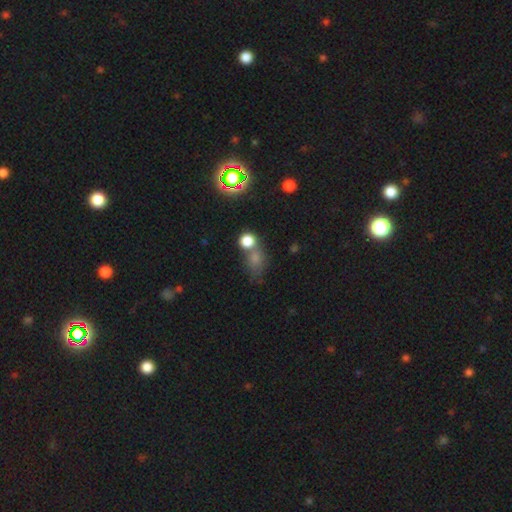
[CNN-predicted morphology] This appears to be a smooth galaxy with no disk features (55%) that is round (50%). Merging: none (55%).